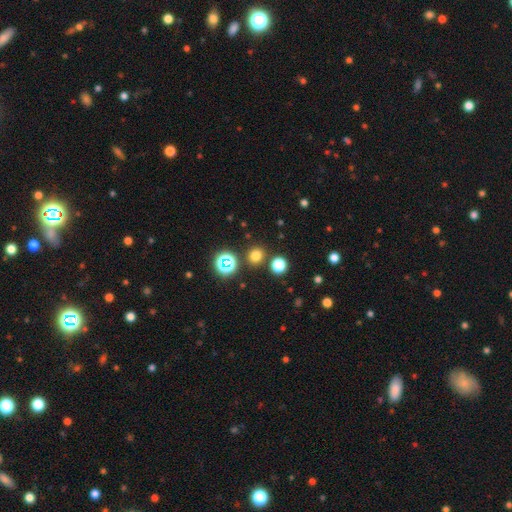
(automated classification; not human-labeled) The model was most divided on "smooth or featured": smooth: 71%, star or artifact: 23%, featured or disk: 5%. More confident: how rounded — round (87%); merging — none (84%).